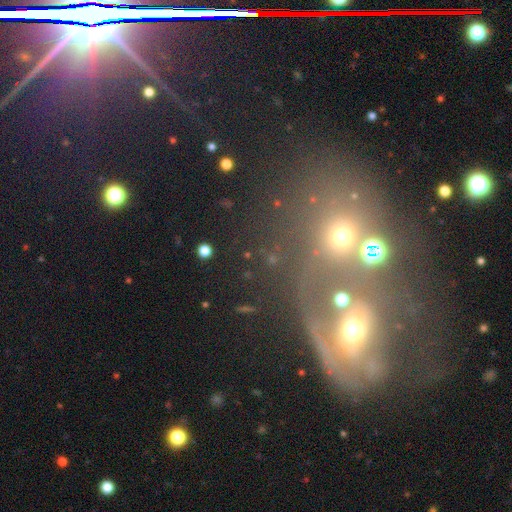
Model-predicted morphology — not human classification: A smooth galaxy with no disk features (38%).

Vote fractions:
- Smooth or featured? smooth: 38% / star or artifact: 37% / featured or disk: 25%
- Merging? merger: 46% / none: 35% / major disturbance: 10% / minor disturbance: 9%